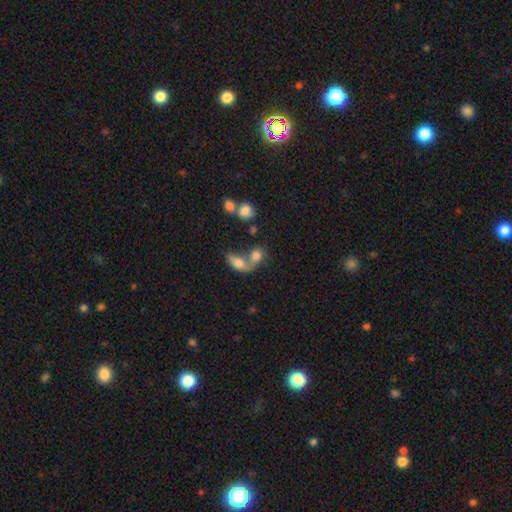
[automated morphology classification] smooth_or_featured: smooth (p=0.70) [alt: featured or disk p=0.17]
how_rounded: in between (p=0.59) [alt: round p=0.37]
merging: merger (p=0.62) [alt: none p=0.24]